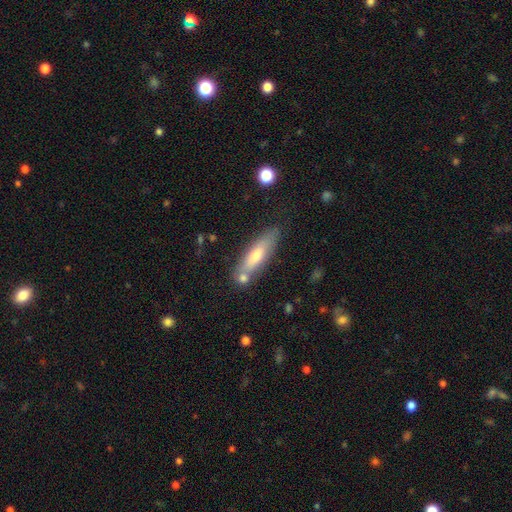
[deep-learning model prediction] Overall: smooth (62%; featured or disk 32%). How rounded: cigar-shaped (63%; in between 35%). Merging: none (68%).